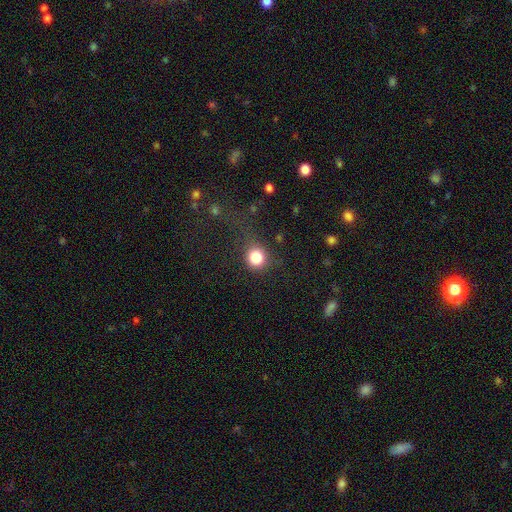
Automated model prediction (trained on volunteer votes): Overall: smooth (83%). How rounded: round (85%). Merging: none (61%).